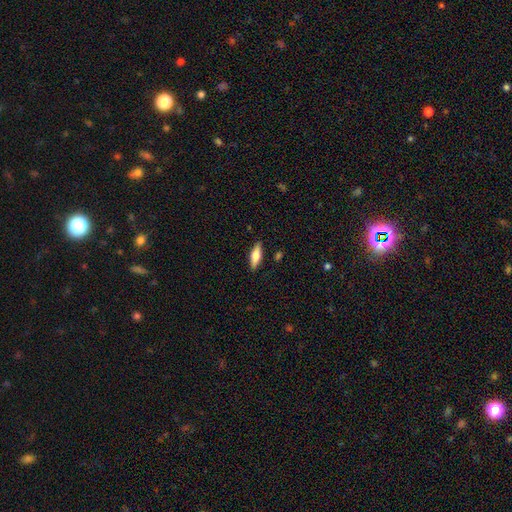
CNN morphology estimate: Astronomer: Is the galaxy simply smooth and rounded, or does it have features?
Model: smooth — 65%.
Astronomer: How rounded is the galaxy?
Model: in between — 56% (runner-up: cigar-shaped, 41%).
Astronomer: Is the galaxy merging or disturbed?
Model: none — 86%.